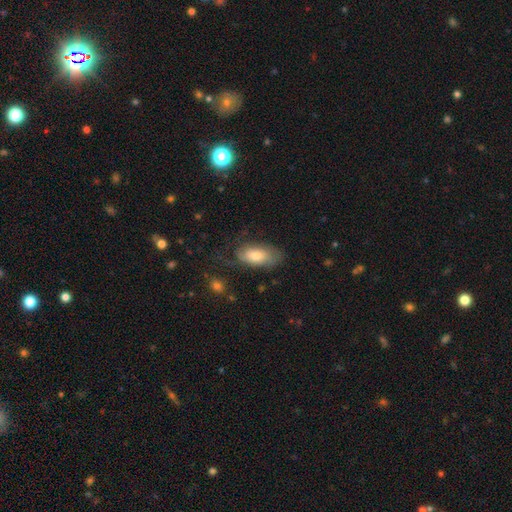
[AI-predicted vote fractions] This appears to be a smooth galaxy with no disk features (57%) that is in between round and cigar-shaped (88%). Merging: none (61%).